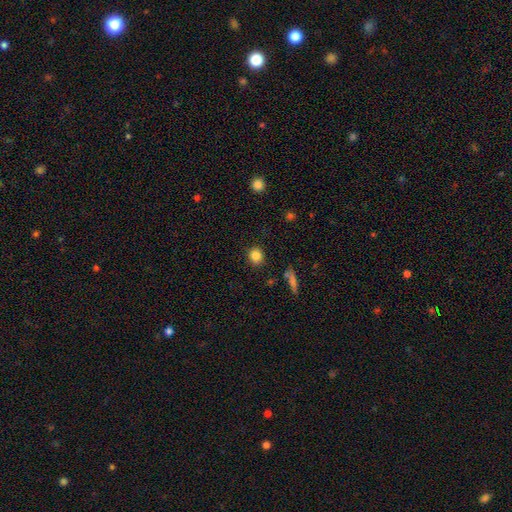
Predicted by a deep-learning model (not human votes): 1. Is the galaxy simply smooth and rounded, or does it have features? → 84% smooth, 10% star or artifact, 5% featured or disk.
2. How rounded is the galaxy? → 79% round, 20% in between, 1% cigar-shaped.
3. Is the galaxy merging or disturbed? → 87% none, 8% minor disturbance, 3% major disturbance, 2% merger.